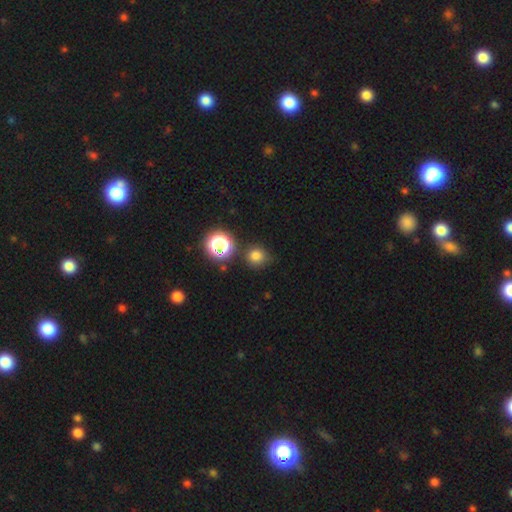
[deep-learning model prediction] Overall: smooth (75%). How rounded: round (90%). Merging: none (80%).